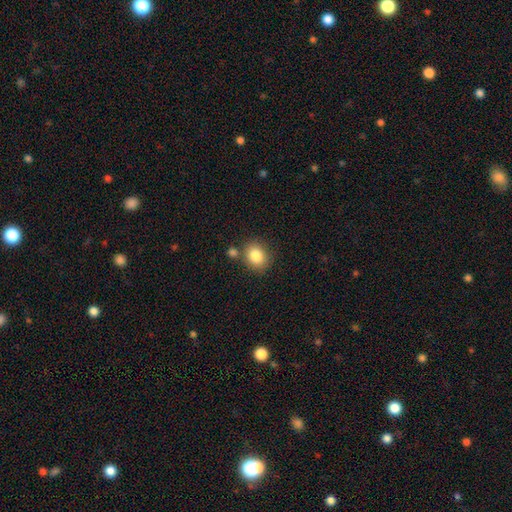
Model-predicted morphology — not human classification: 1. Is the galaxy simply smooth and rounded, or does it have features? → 84% smooth, 9% star or artifact, 7% featured or disk.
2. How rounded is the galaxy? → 62% round, 37% in between, 1% cigar-shaped.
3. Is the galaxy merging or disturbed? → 73% none, 12% merger, 12% minor disturbance, 3% major disturbance.